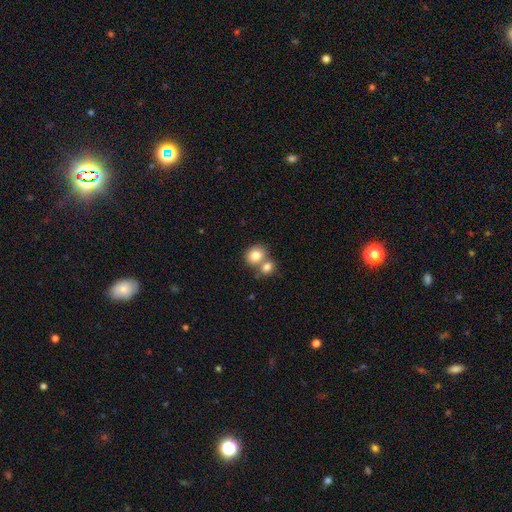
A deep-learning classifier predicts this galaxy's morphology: Smooth or featured: smooth — 81% (featured or disk — 10%)
How rounded: round — 66% (in between — 33%)
Merging: merger — 52% (none — 38%)